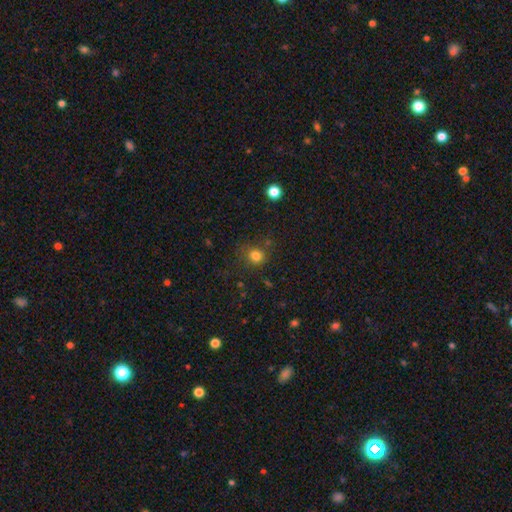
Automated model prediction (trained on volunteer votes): Smooth or featured? Predicted: smooth (p=0.80). How rounded? Predicted: round (p=0.80). Merging? Predicted: none (p=0.74).